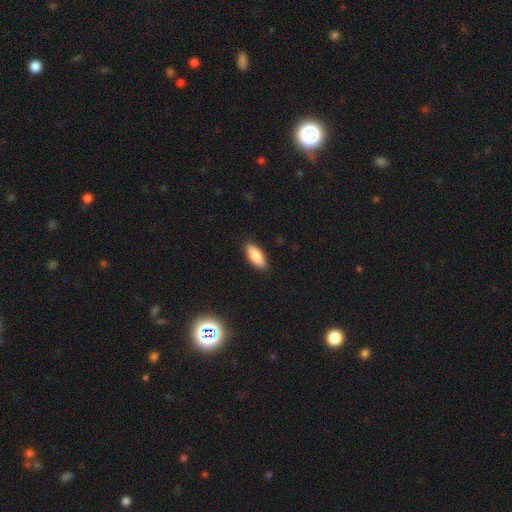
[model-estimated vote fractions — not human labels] Smooth or featured?
  - smooth: 84% *
  - featured or disk: 9%
  - star or artifact: 6%
How rounded?
  - in between: 79% *
  - cigar-shaped: 19%
  - round: 2%
Merging?
  - none: 89% *
  - minor disturbance: 8%
  - major disturbance: 2%
  - merger: 1%